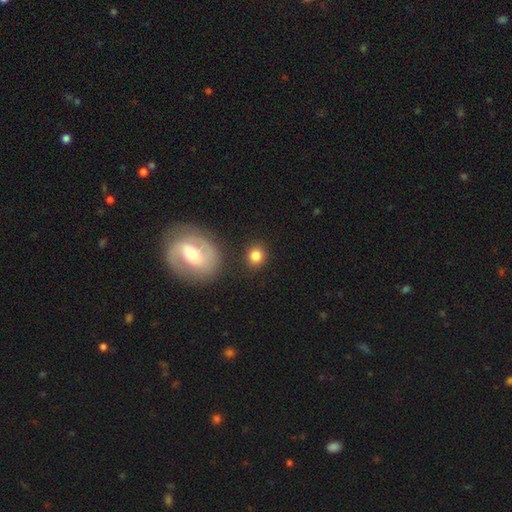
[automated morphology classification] A smooth galaxy with no disk features (83%) that is round (78%). Merging: none (83%).